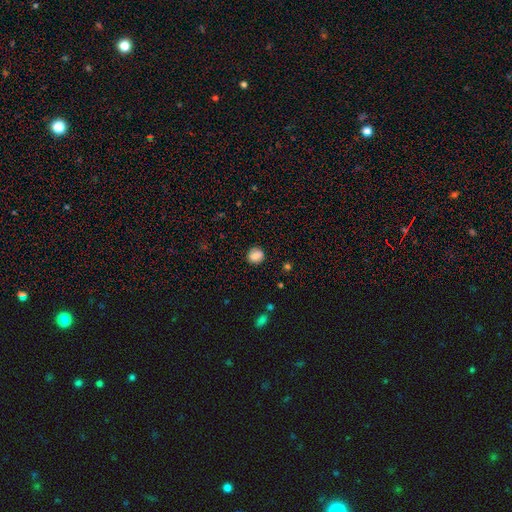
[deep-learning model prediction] Overall: smooth (80%). How rounded: round (87%). Merging: none (84%).